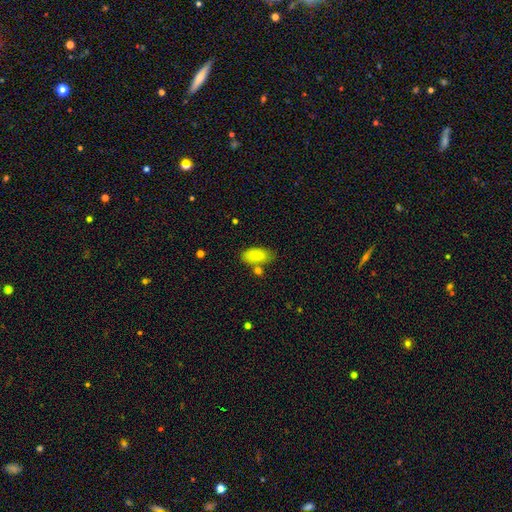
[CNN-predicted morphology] Smooth or featured? smooth (87%)
How rounded? in between (92%)
Merging? none (64%)